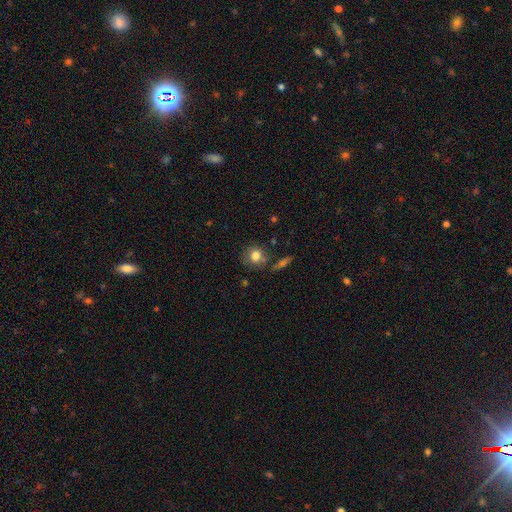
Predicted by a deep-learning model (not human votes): Smooth or featured?
  - smooth: 79% *
  - featured or disk: 11%
  - star or artifact: 10%
How rounded?
  - round: 82% *
  - in between: 16%
  - cigar-shaped: 1%
Merging?
  - none: 70% *
  - minor disturbance: 16%
  - merger: 9%
  - major disturbance: 5%